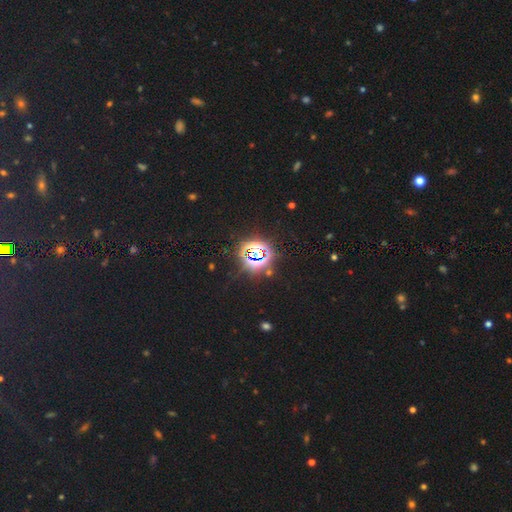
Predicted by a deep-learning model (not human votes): Q: Smooth or featured?
A: star or artifact (77%); runner-up: smooth (15%)